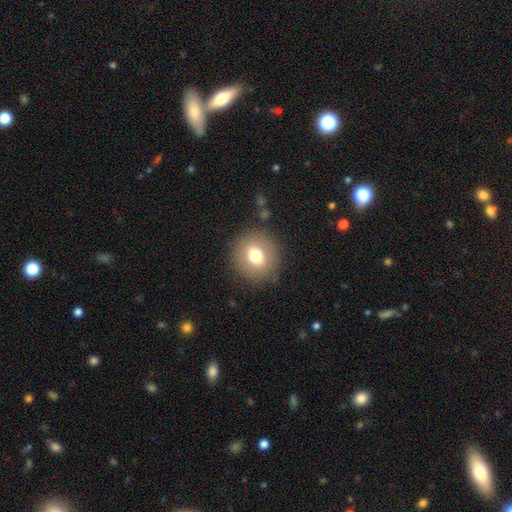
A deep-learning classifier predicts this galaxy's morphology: This appears to be a smooth galaxy with no disk features (72%) that is round (87%). Merging: none (87%).